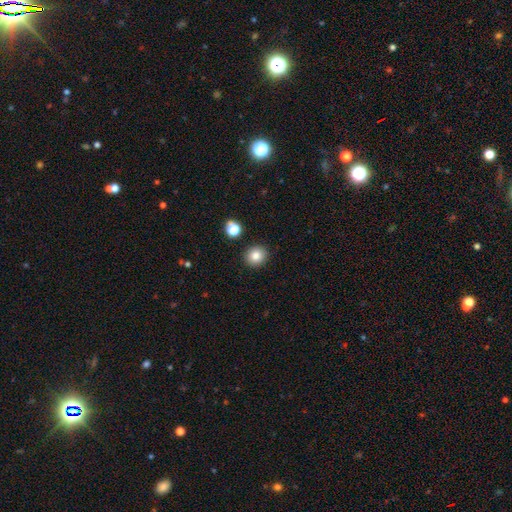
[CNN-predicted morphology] This is clearly a smooth galaxy (83%). How rounded: clearly round (85%). Merging: clearly none (90%).